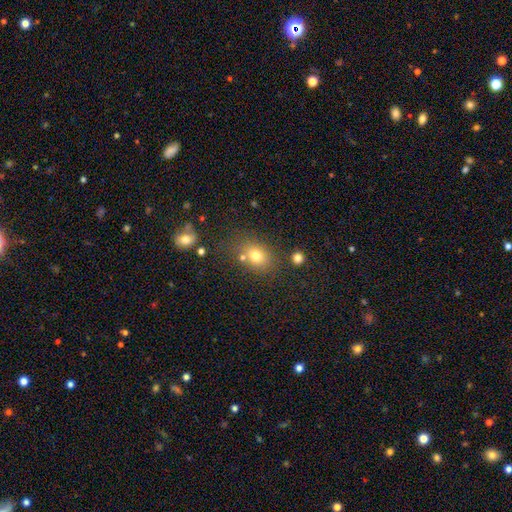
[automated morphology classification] smooth 76%, star or artifact 13%, featured or disk 11%. Down the decision tree: how rounded — in between (59%); merging — none (66%).